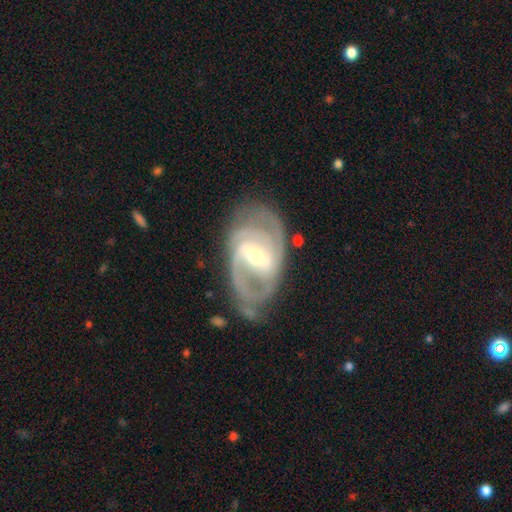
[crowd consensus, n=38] This appears to be a featured or disk galaxy (95%) with a strong bar (51%), 3 (55%) tight (55%) spiral arms (94%) and a moderate central bulge (57%). Merging: none (59%).